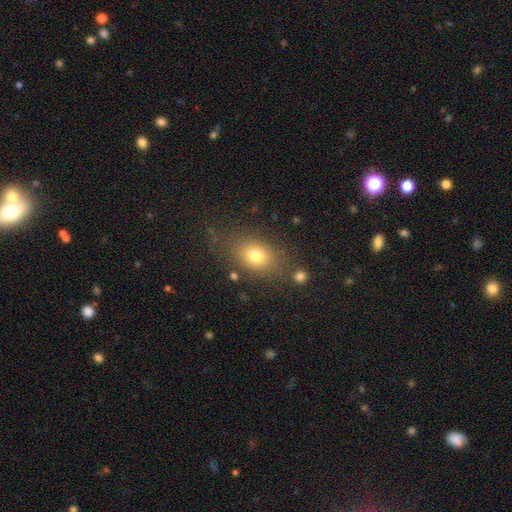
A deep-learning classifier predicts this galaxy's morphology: A smooth galaxy with no disk features (75%) that is in between round and cigar-shaped (70%).

Vote fractions:
- Smooth or featured? smooth: 75% / star or artifact: 12% / featured or disk: 12%
- How rounded? in between: 70% / round: 28% / cigar-shaped: 2%
- Merging? none: 76% / minor disturbance: 14% / major disturbance: 6% / merger: 4%